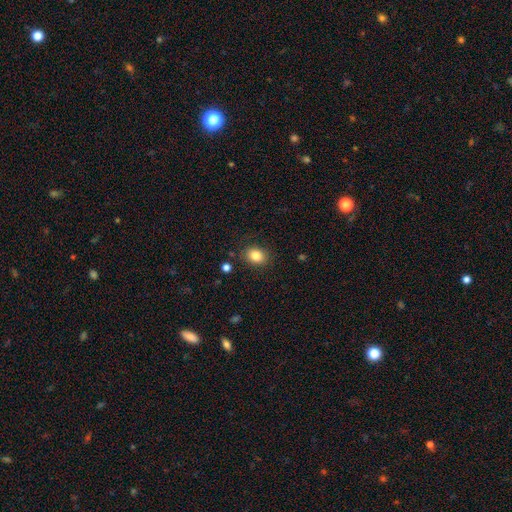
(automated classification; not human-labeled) Q: Smooth or featured?
A: smooth (84%); runner-up: star or artifact (10%)
Q: How rounded?
A: in between (55%); runner-up: round (44%)
Q: Merging?
A: none (85%); runner-up: minor disturbance (10%)